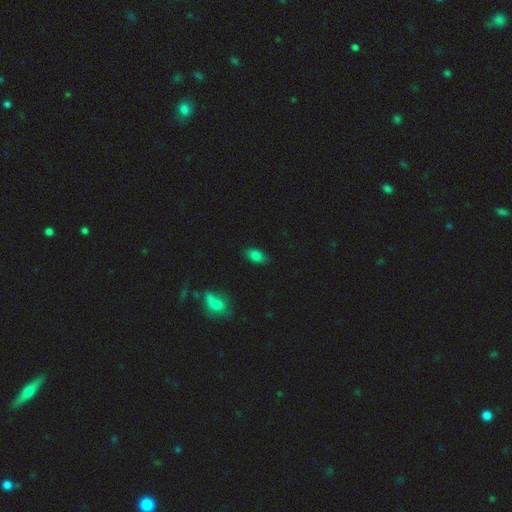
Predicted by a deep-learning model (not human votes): smooth-or-featured: smooth: 82% | star or artifact: 12% | featured or disk: 7%
  how-rounded: in between: 91% | round: 6% | cigar-shaped: 3%
  merging: none: 84% | minor disturbance: 12% | major disturbance: 2% | merger: 2%